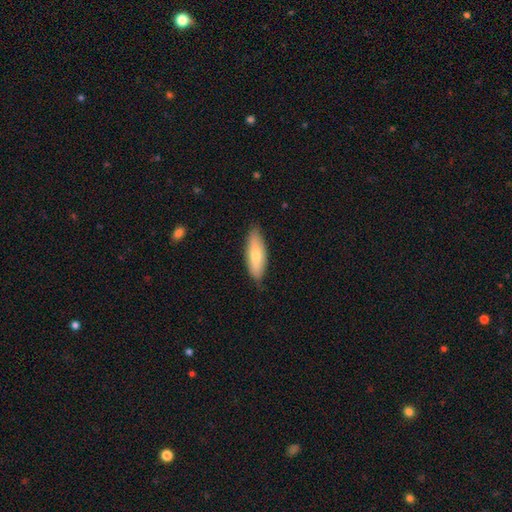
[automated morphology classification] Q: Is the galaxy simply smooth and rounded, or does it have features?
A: smooth — 71%.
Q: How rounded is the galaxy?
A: in between — 61%.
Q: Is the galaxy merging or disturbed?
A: none — 81%.